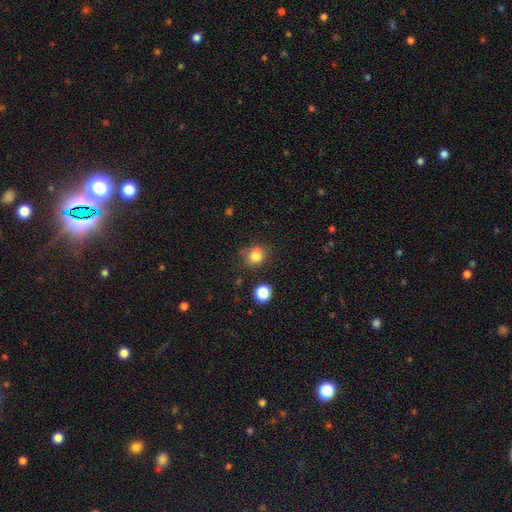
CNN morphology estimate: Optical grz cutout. It shows a smooth galaxy with no disk features (79%) that is round (67%). Merging: none (61%).